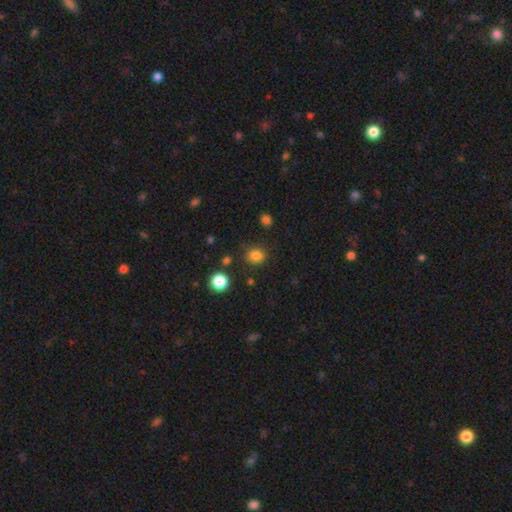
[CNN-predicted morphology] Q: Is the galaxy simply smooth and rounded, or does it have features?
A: smooth — 82%.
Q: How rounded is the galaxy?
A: round — 68%.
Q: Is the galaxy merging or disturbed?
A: none — 81%.